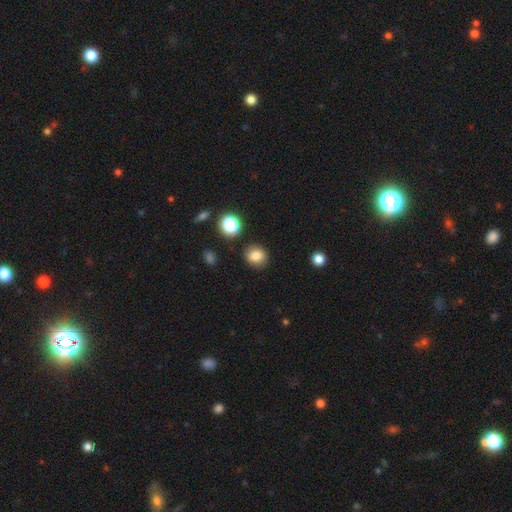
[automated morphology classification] This is clearly a smooth galaxy (82%). How rounded: likely round (75%). Merging: clearly none (86%).